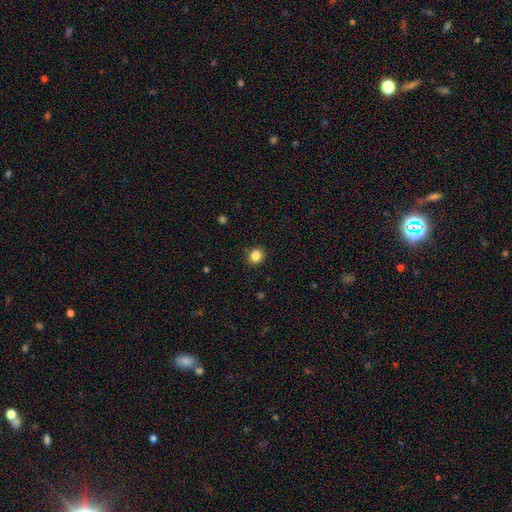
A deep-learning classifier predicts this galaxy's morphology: The model was most divided on "how rounded": round: 80%, in between: 19%, cigar-shaped: 1%. More confident: merging — none (90%); smooth or featured — smooth (85%).